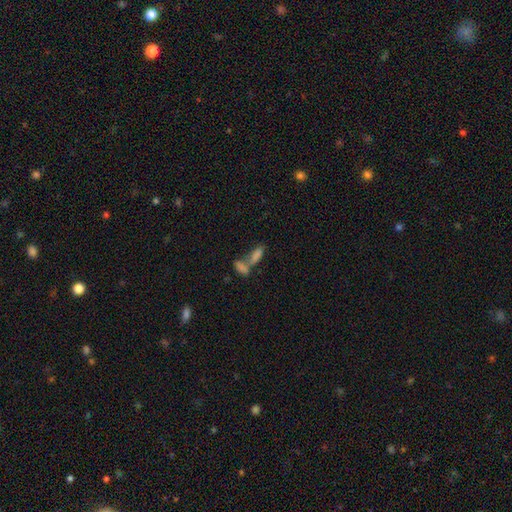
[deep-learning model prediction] Q: Smooth or featured?
A: smooth (66%); runner-up: featured or disk (17%)
Q: How rounded?
A: in between (64%); runner-up: cigar-shaped (31%)
Q: Merging?
A: merger (63%); runner-up: none (26%)